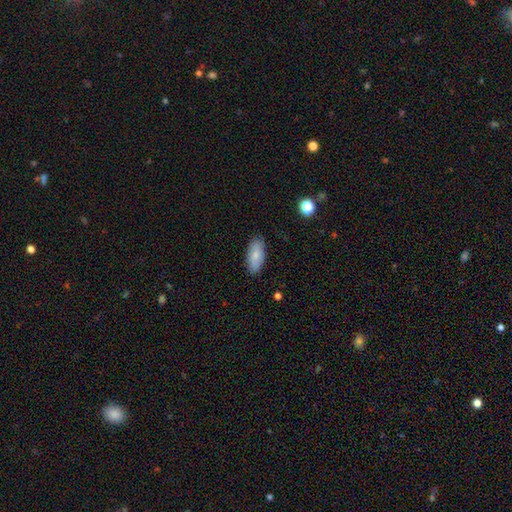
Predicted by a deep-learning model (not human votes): smooth 81%, featured or disk 13%, star or artifact 6%. Down the decision tree: how rounded — in between (88%); merging — none (86%).